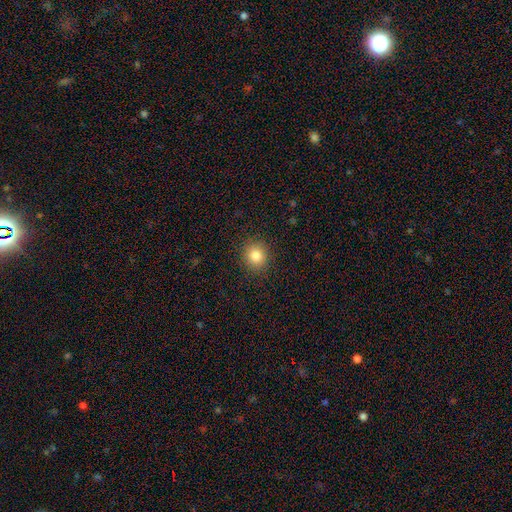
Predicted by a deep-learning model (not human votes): A smooth galaxy with no disk features (83%) that is round (83%).

Vote fractions:
- Smooth or featured? smooth: 83% / star or artifact: 11% / featured or disk: 6%
- How rounded? round: 83% / in between: 16% / cigar-shaped: 1%
- Merging? none: 90% / minor disturbance: 7% / major disturbance: 2% / merger: 1%